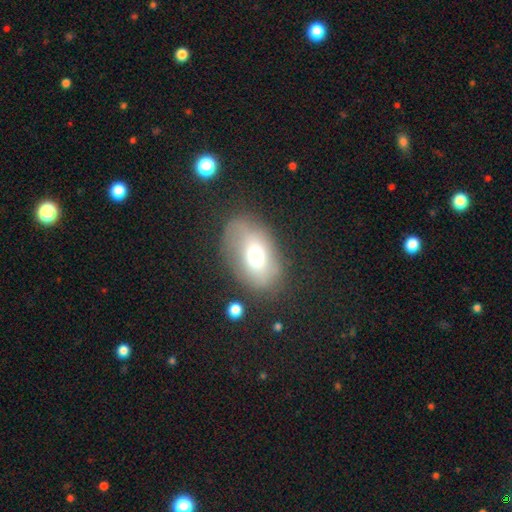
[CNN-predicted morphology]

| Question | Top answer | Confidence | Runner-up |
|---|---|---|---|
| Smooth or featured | smooth | 63% | featured or disk (27%) |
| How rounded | in between | 87% | round (12%) |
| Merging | none | 62% | minor disturbance (22%) |